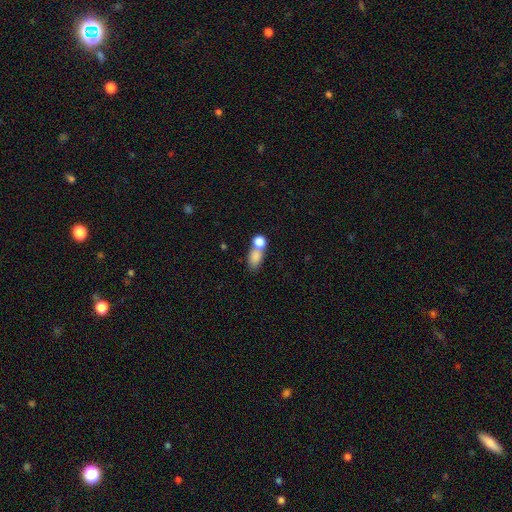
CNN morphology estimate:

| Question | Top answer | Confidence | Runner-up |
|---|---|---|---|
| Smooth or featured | smooth | 80% | featured or disk (10%) |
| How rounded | in between | 72% | round (22%) |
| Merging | merger | 53% | none (31%) |